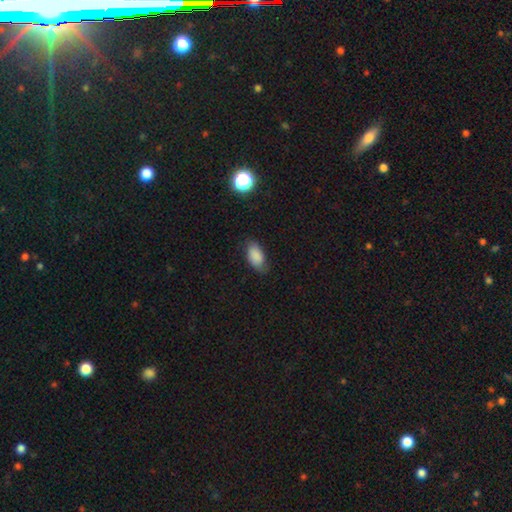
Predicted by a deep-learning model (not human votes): Smooth or featured? smooth (83%)
How rounded? in between (93%)
Merging? none (71%)